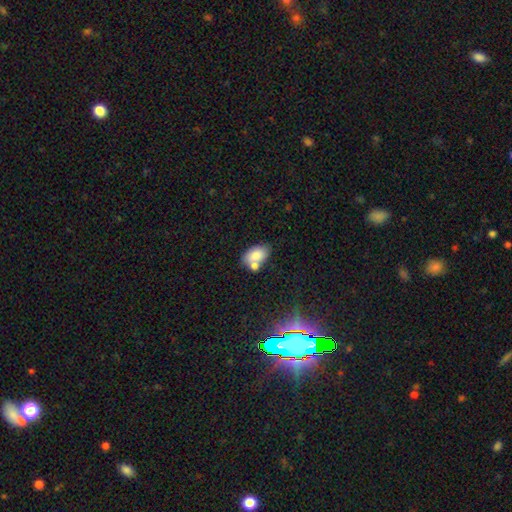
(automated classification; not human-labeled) Overall: smooth (79%). How rounded: in between (90%). Merging: none (48%; merger 33%).